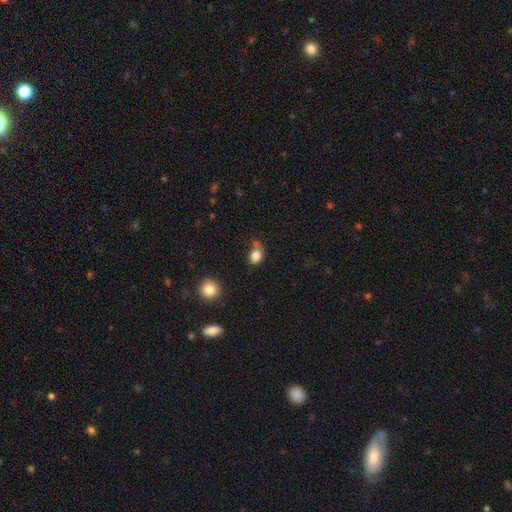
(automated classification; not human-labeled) Overall: smooth (83%). How rounded: in between (65%; round 34%). Merging: none (55%; minor disturbance 26%).